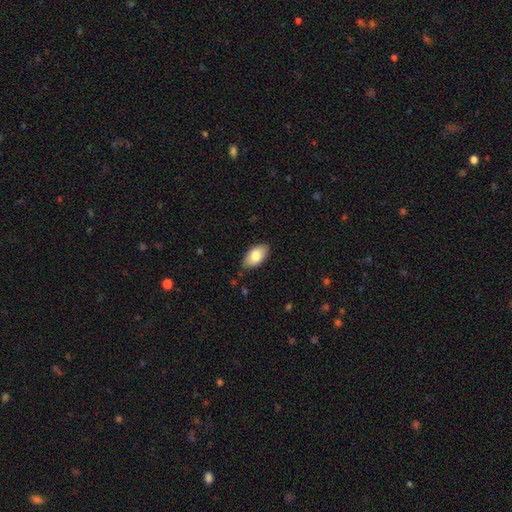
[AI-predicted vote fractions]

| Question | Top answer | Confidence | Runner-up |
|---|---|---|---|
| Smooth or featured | smooth | 81% | featured or disk (12%) |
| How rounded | in between | 94% | round (4%) |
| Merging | none | 82% | minor disturbance (14%) |